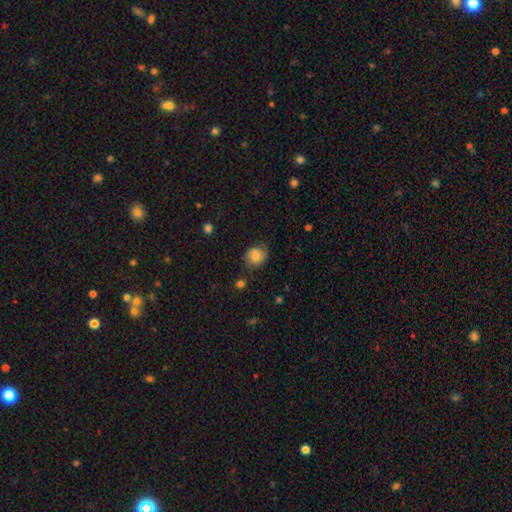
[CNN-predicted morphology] Smooth or featured: smooth — 67% (featured or disk — 24%)
How rounded: round — 72% (in between — 27%)
Merging: none — 70% (minor disturbance — 22%)